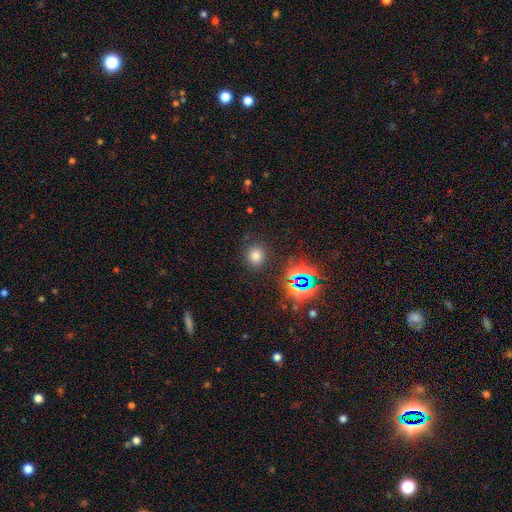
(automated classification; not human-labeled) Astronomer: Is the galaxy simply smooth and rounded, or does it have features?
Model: smooth — 69%.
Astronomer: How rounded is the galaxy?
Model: round — 78%.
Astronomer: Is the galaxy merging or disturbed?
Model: none — 86%.